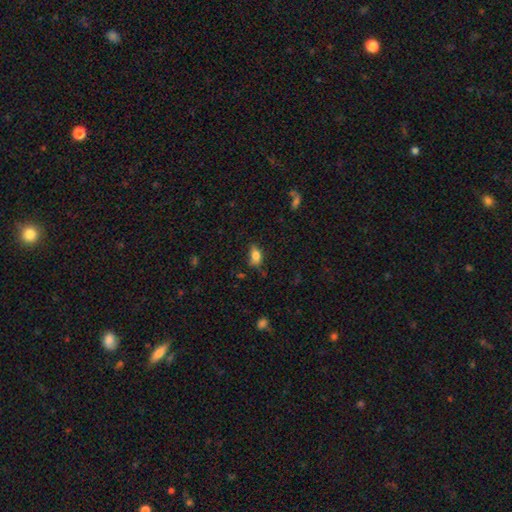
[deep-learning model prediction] A smooth galaxy with no disk features (78%) that is in between round and cigar-shaped (83%).

Vote fractions:
- Smooth or featured? smooth: 78% / featured or disk: 13% / star or artifact: 10%
- How rounded? in between: 83% / round: 11% / cigar-shaped: 5%
- Merging? none: 53% / minor disturbance: 33% / major disturbance: 11% / merger: 3%